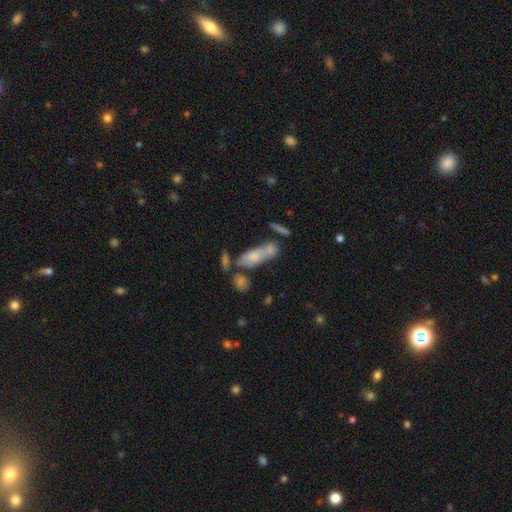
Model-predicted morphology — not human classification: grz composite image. It shows a smooth galaxy with no disk features (51%) that is in between round and cigar-shaped (60%). Merging: none (37%).